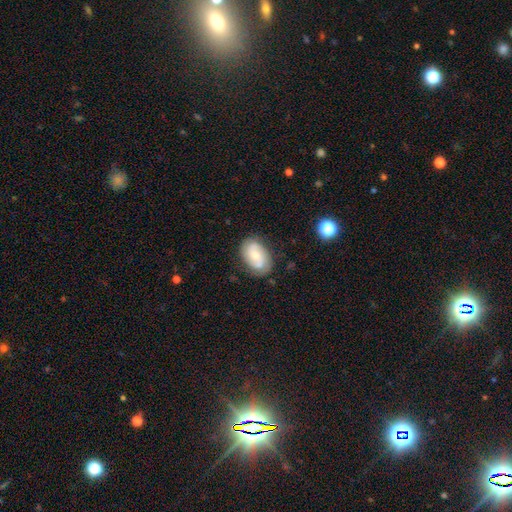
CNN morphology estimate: This is possibly a featured or disk galaxy (56%). It is clearly not viewed edge-on (96%). Bar: possibly no (52%). Spiral arm pattern: clearly yes (86%). Central bulge: possibly small (45%, tied with moderate). Merging: likely none (76%).